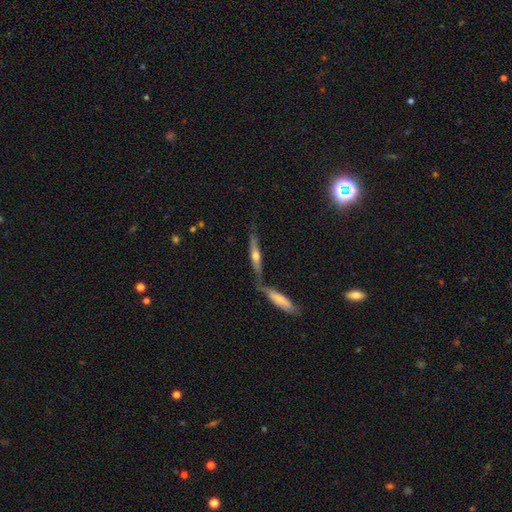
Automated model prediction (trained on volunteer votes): Q: Smooth or featured?
A: featured or disk (55%); runner-up: smooth (39%)
Q: Edge-on disk?
A: yes (89%); runner-up: no (11%)
Q: Merging?
A: none (56%); runner-up: merger (28%)